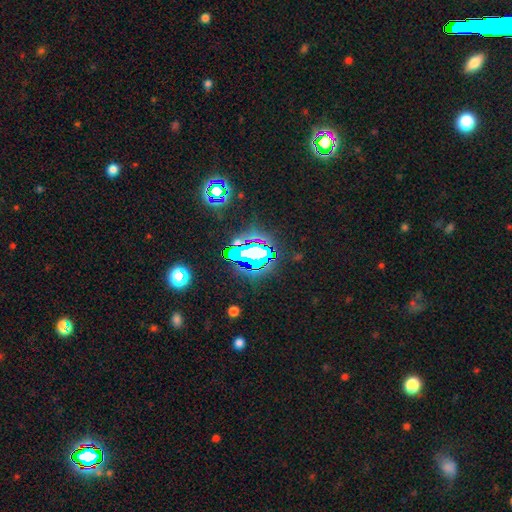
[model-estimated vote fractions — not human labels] Smooth or featured? Predicted: star or artifact (p=0.69).